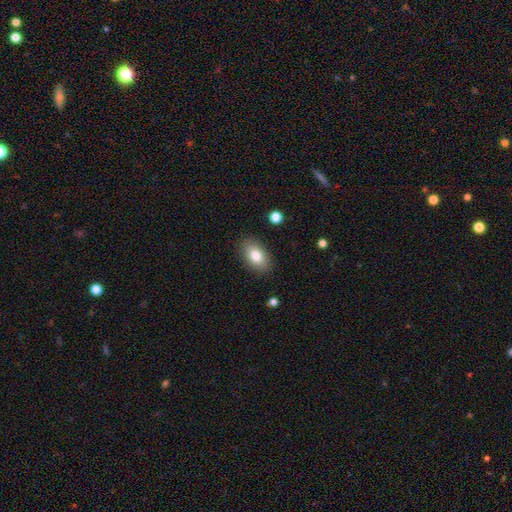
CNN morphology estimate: This appears to be a smooth galaxy with no disk features (82%) that is in between round and cigar-shaped (91%). Merging: none (87%).